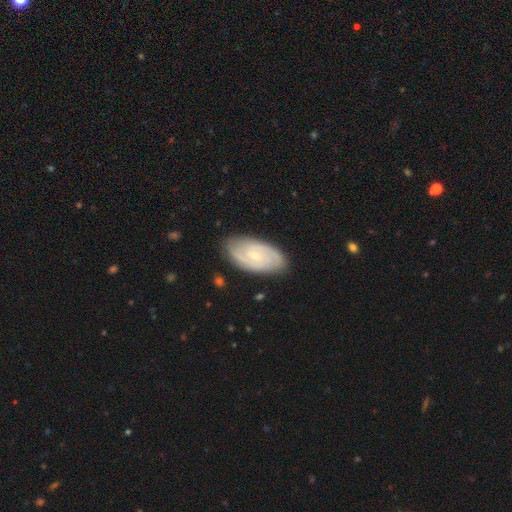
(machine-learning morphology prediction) Q: Smooth or featured?
A: featured or disk (78%); runner-up: smooth (17%)
Q: Edge-on disk?
A: no (95%); runner-up: yes (5%)
Q: Bar?
A: no (56%); runner-up: weak (37%)
Q: Spiral arms?
A: yes (94%); runner-up: no (6%)
Q: Spiral winding?
A: tight (60%); runner-up: medium (32%)
Q: Spiral arm count?
A: 2 (57%); runner-up: can't tell (21%)
Q: Bulge size?
A: small (76%); runner-up: moderate (20%)
Q: Merging?
A: none (83%); runner-up: minor disturbance (13%)